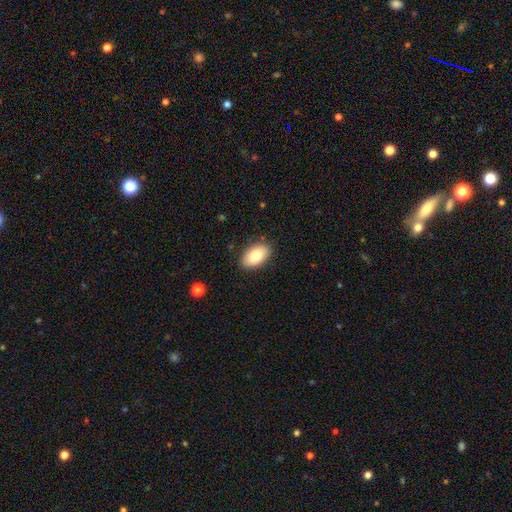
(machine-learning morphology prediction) Q: Smooth or featured?
A: smooth (83%); runner-up: featured or disk (10%)
Q: How rounded?
A: in between (93%); runner-up: round (5%)
Q: Merging?
A: none (87%); runner-up: minor disturbance (10%)